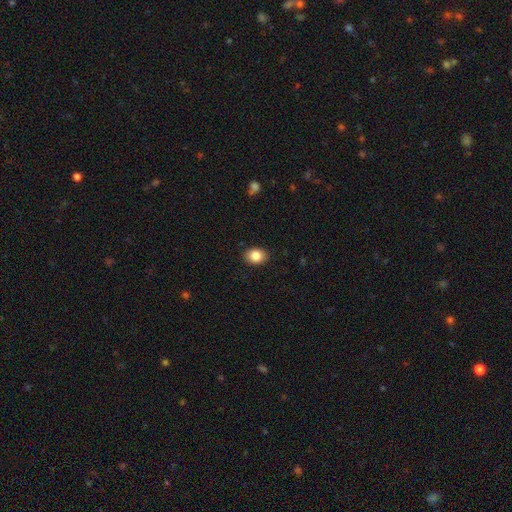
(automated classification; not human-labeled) A smooth galaxy with no disk features (85%) that is in between round and cigar-shaped (66%).

Vote fractions:
- Smooth or featured? smooth: 85% / star or artifact: 8% / featured or disk: 6%
- How rounded? in between: 66% / round: 33% / cigar-shaped: 1%
- Merging? none: 88% / minor disturbance: 9% / major disturbance: 2% / merger: 1%